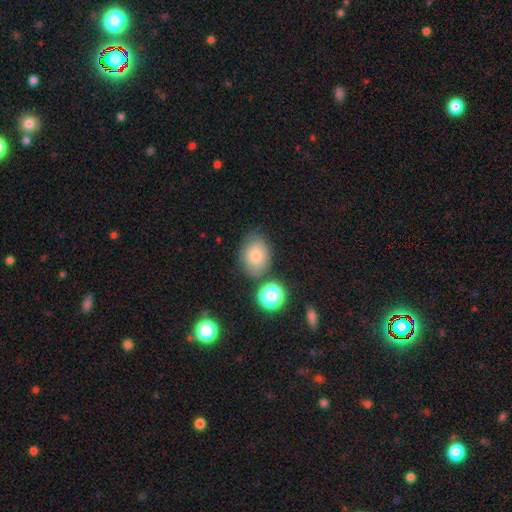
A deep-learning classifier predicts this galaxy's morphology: Q: Smooth or featured?
A: smooth (77%); runner-up: featured or disk (12%)
Q: How rounded?
A: in between (63%); runner-up: round (36%)
Q: Merging?
A: none (71%); runner-up: minor disturbance (17%)